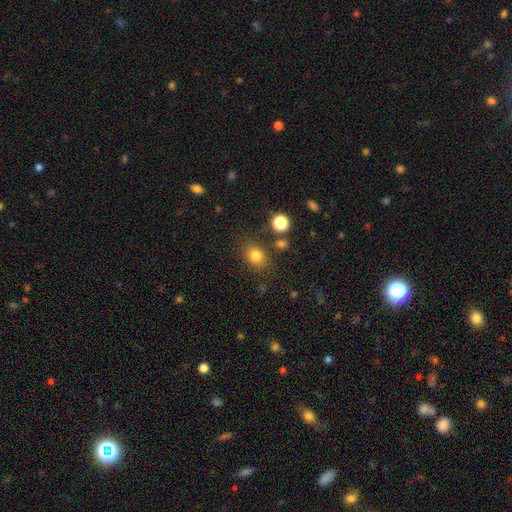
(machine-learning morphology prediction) The model was most divided on "how rounded": round: 54%, in between: 45%, cigar-shaped: 1%. More confident: smooth or featured — smooth (80%); merging — none (77%).